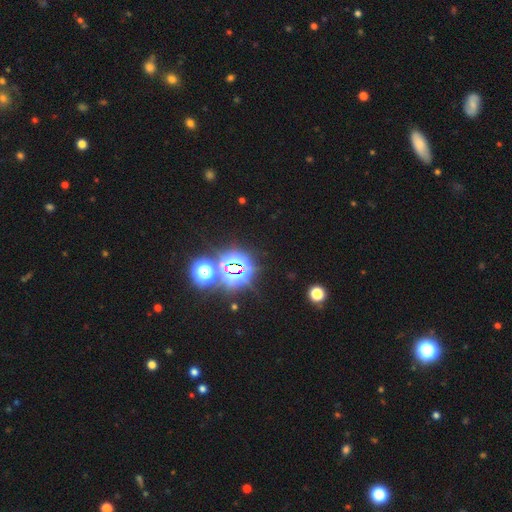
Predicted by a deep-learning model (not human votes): Q: Smooth or featured?
A: star or artifact (79%); runner-up: smooth (15%)